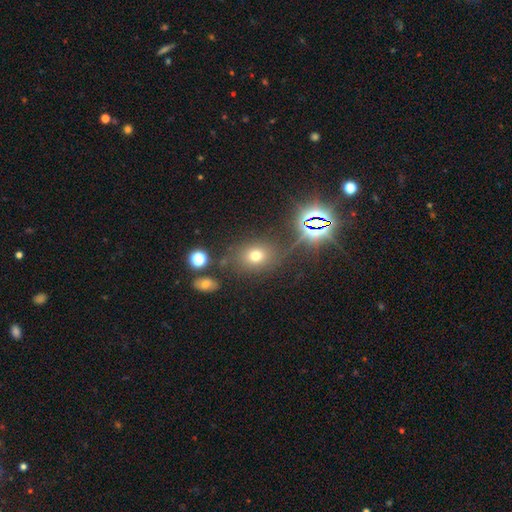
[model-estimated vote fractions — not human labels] smooth-or-featured: smooth: 64% | star or artifact: 24% | featured or disk: 11%
  how-rounded: round: 51% | in between: 48% | cigar-shaped: 2%
  merging: none: 75% | minor disturbance: 12% | major disturbance: 6% | merger: 6%